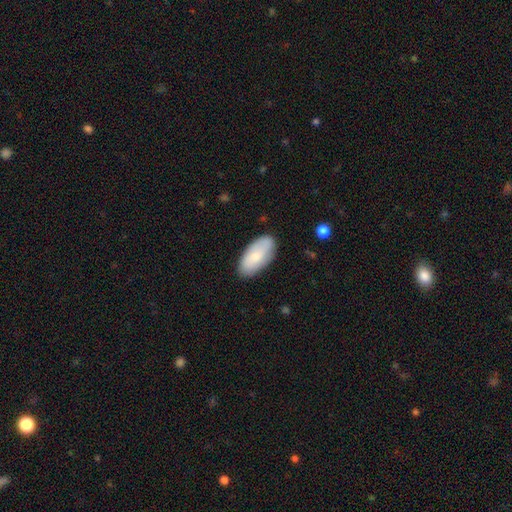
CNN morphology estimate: The model was most divided on "smooth or featured": smooth: 76%, featured or disk: 18%, star or artifact: 6%. More confident: how rounded — in between (93%); merging — none (82%).